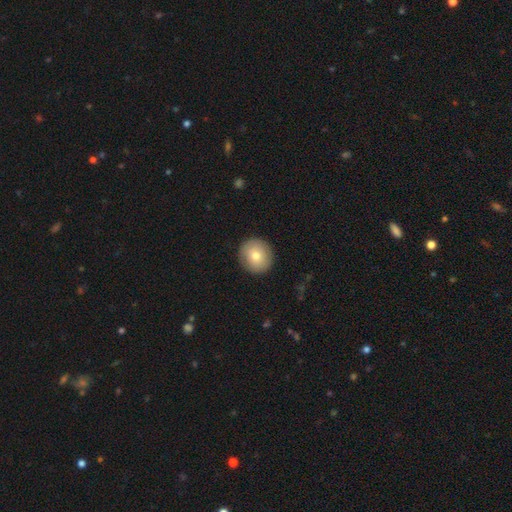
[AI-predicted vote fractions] Smooth or featured? Predicted: smooth (p=0.75). How rounded? Predicted: round (p=0.91). Merging? Predicted: none (p=0.90).